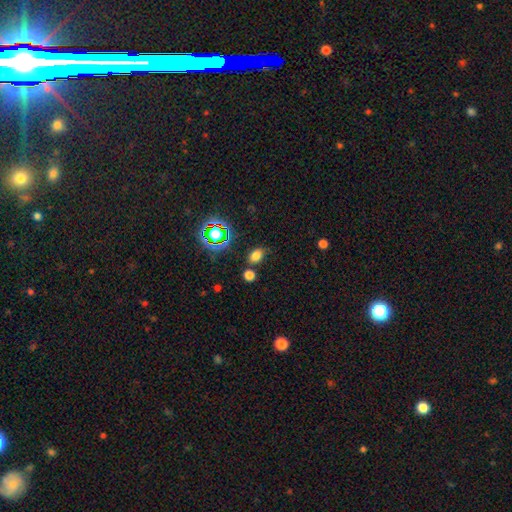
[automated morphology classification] A smooth galaxy with no disk features (71%) that is in between round and cigar-shaped (74%). Merging: none (76%).